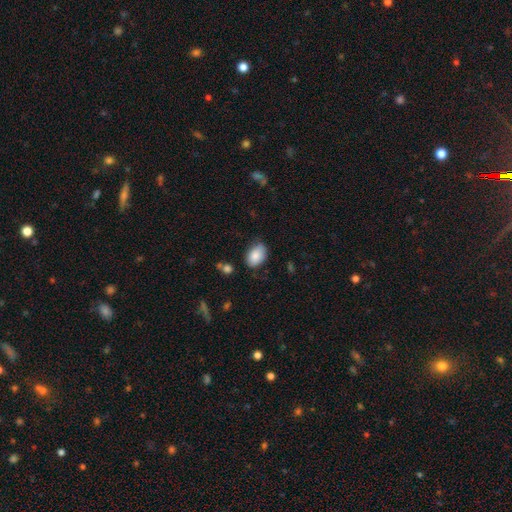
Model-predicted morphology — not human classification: This appears to be a smooth galaxy with no disk features (86%) that is in between round and cigar-shaped (87%). Merging: none (71%).